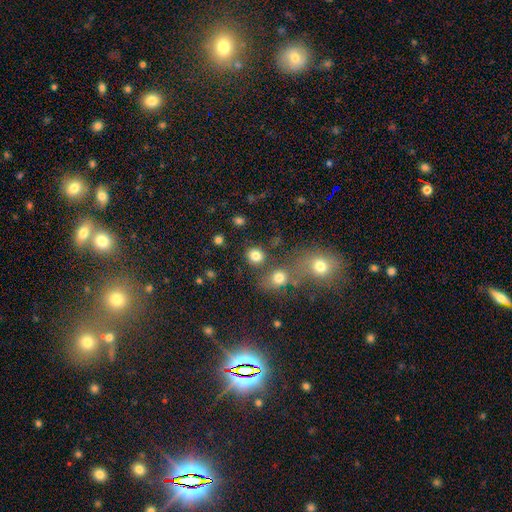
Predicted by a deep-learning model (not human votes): Smooth or featured? Predicted: smooth (p=0.81). How rounded? Predicted: round (p=0.81). Merging? Predicted: none (p=0.72).